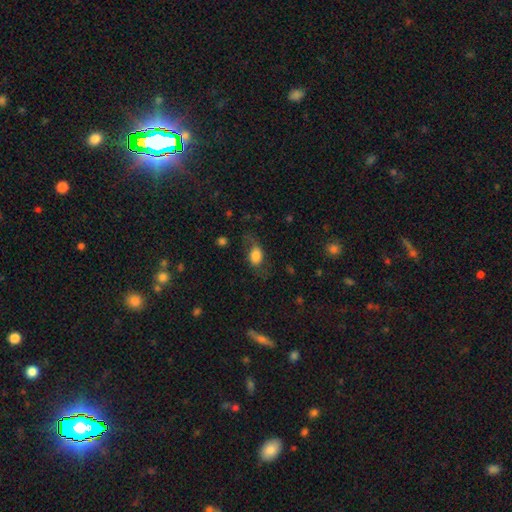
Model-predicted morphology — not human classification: smooth_or_featured: smooth (p=0.72) [alt: featured or disk p=0.19]
how_rounded: in between (p=0.76) [alt: round p=0.22]
merging: none (p=0.51) [alt: minor disturbance p=0.25]